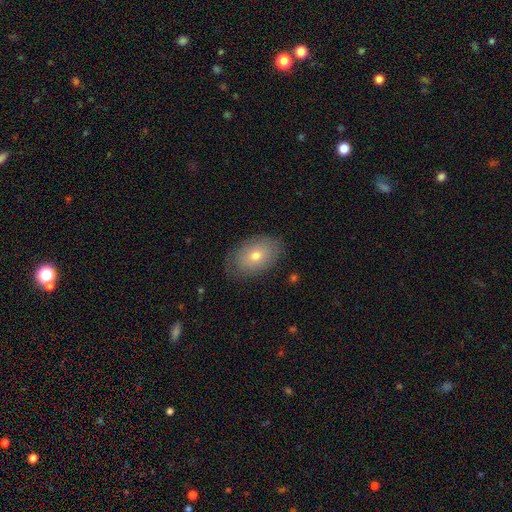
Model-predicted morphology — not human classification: Q: Smooth or featured?
A: smooth (67%); runner-up: featured or disk (24%)
Q: How rounded?
A: in between (85%); runner-up: round (14%)
Q: Merging?
A: none (78%); runner-up: minor disturbance (17%)